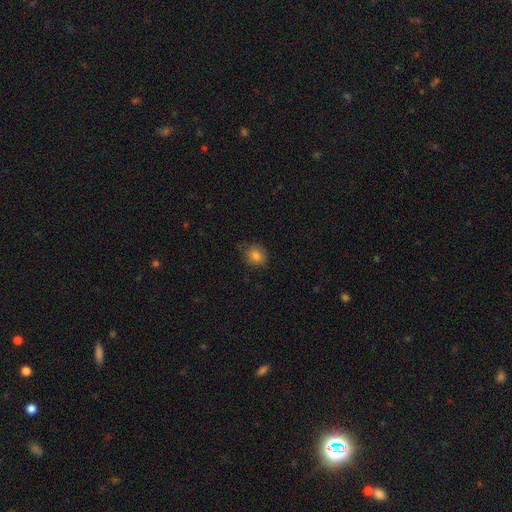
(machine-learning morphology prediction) A smooth galaxy with no disk features (82%) that is round (67%).

Vote fractions:
- Smooth or featured? smooth: 82% / star or artifact: 10% / featured or disk: 7%
- How rounded? round: 67% / in between: 32% / cigar-shaped: 1%
- Merging? none: 76% / minor disturbance: 19% / major disturbance: 4% / merger: 1%